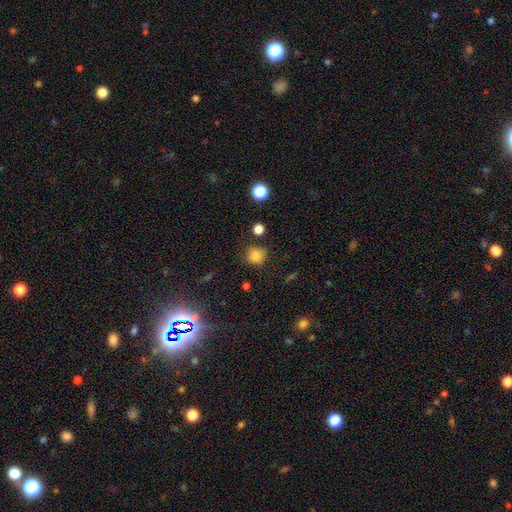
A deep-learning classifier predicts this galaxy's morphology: type=smooth (82%); roundness=round (87%); merging=none (78%).